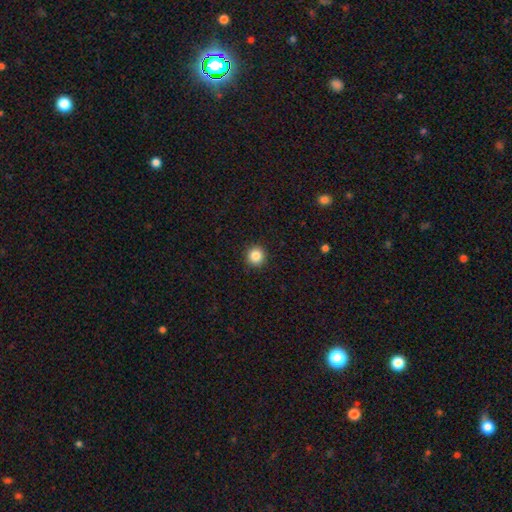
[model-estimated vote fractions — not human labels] The model was most divided on "smooth or featured": smooth: 85%, star or artifact: 10%, featured or disk: 4%. More confident: how rounded — round (94%); merging — none (93%).